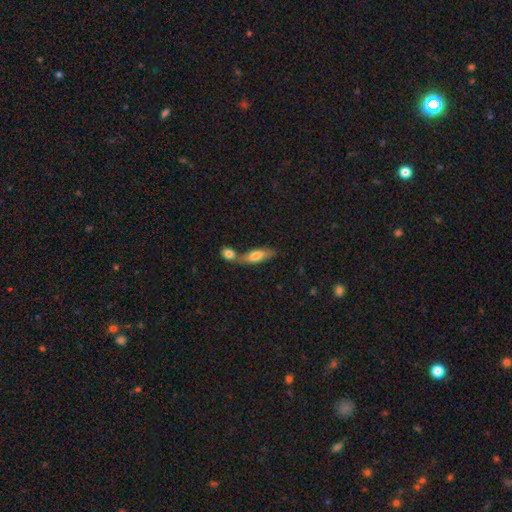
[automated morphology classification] Q: Smooth or featured?
A: smooth (73%); runner-up: featured or disk (20%)
Q: How rounded?
A: in between (65%); runner-up: cigar-shaped (32%)
Q: Merging?
A: merger (51%); runner-up: none (36%)